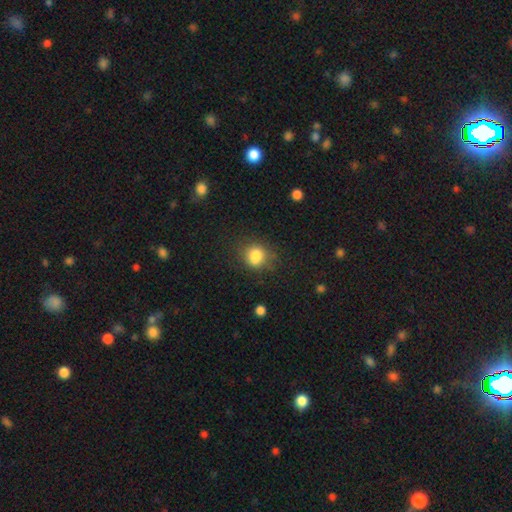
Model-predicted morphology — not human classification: type=smooth (81%); roundness=round (69%); merging=none (68%).